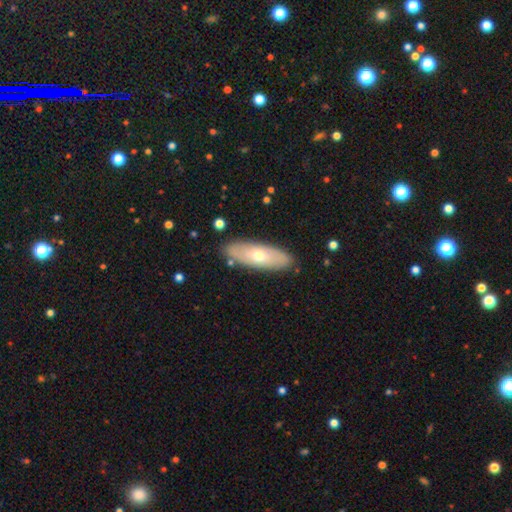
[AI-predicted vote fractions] Overall: smooth (48%; featured or disk 43%). Merging: none (87%).